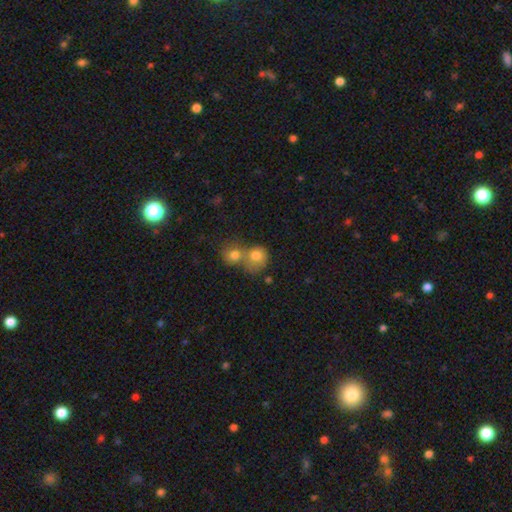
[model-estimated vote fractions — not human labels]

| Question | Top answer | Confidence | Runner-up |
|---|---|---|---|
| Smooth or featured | smooth | 77% | featured or disk (13%) |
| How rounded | round | 73% | in between (26%) |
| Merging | merger | 65% | none (24%) |